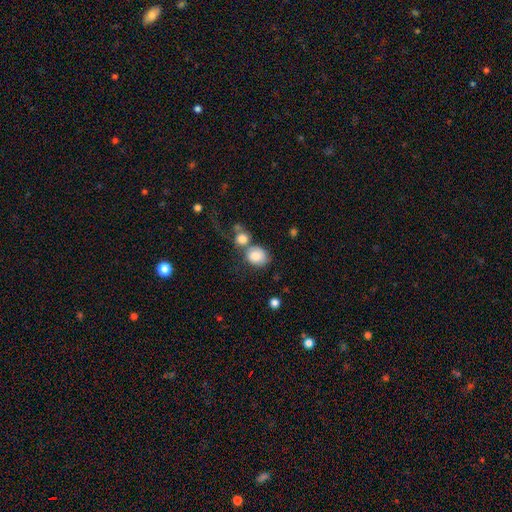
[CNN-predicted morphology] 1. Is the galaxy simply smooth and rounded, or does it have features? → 80% smooth, 12% featured or disk, 8% star or artifact.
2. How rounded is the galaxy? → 56% round, 43% in between, 1% cigar-shaped.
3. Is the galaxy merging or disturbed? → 41% merger, 37% none, 13% minor disturbance, 9% major disturbance.